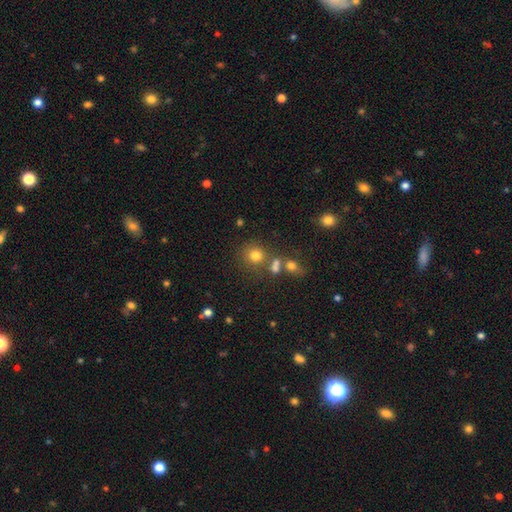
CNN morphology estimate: A smooth galaxy with no disk features (75%) that is round (86%). Merging: none (64%).